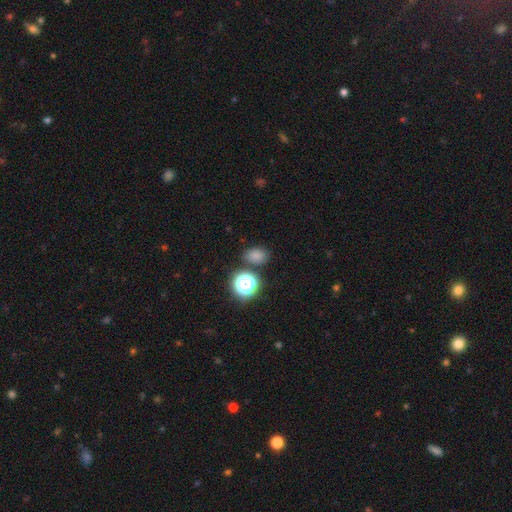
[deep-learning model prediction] A smooth galaxy with no disk features (76%) that is in between round and cigar-shaped (61%).

Vote fractions:
- Smooth or featured? smooth: 76% / star or artifact: 19% / featured or disk: 6%
- How rounded? in between: 61% / round: 38% / cigar-shaped: 1%
- Merging? none: 78% / minor disturbance: 12% / merger: 6% / major disturbance: 4%